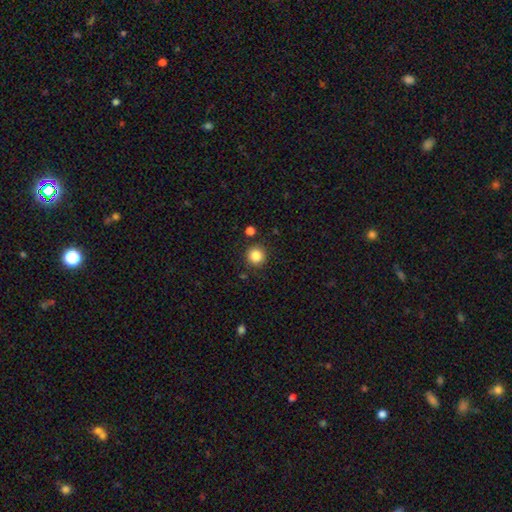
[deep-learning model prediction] smooth-or-featured: smooth: 85% | star or artifact: 10% | featured or disk: 4%
  how-rounded: round: 94% | in between: 5% | cigar-shaped: 1%
  merging: none: 87% | minor disturbance: 7% | merger: 3% | major disturbance: 2%